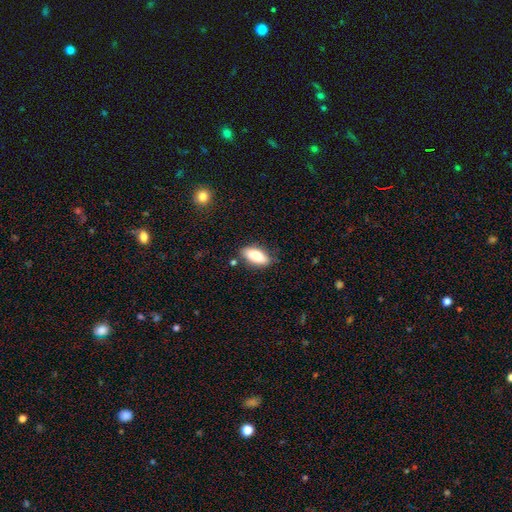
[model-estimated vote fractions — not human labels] The model was most divided on "merging": none: 79%, minor disturbance: 14%, major disturbance: 3%, merger: 3%. More confident: how rounded — in between (86%); smooth or featured — smooth (81%).